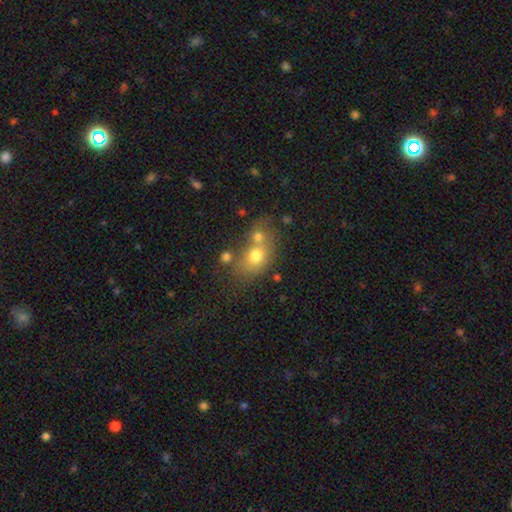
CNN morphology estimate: Smooth or featured?
  - smooth: 69% *
  - featured or disk: 18%
  - star or artifact: 13%
How rounded?
  - in between: 53% *
  - round: 45%
  - cigar-shaped: 2%
Merging?
  - merger: 49% *
  - none: 34%
  - minor disturbance: 11%
  - major disturbance: 6%